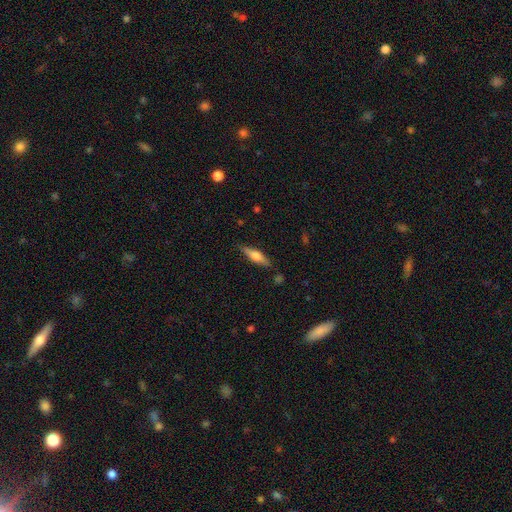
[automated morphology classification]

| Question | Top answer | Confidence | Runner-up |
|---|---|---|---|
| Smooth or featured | smooth | 50% | featured or disk (44%) |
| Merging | none | 83% | minor disturbance (13%) |